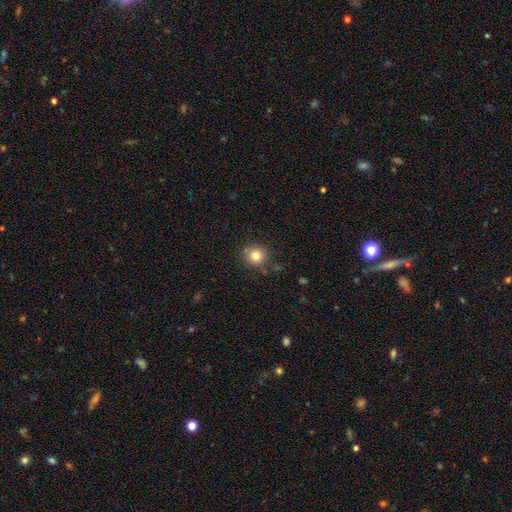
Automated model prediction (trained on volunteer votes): Smooth or featured: smooth — 81% (star or artifact — 12%)
How rounded: round — 90% (in between — 9%)
Merging: none — 84% (minor disturbance — 10%)